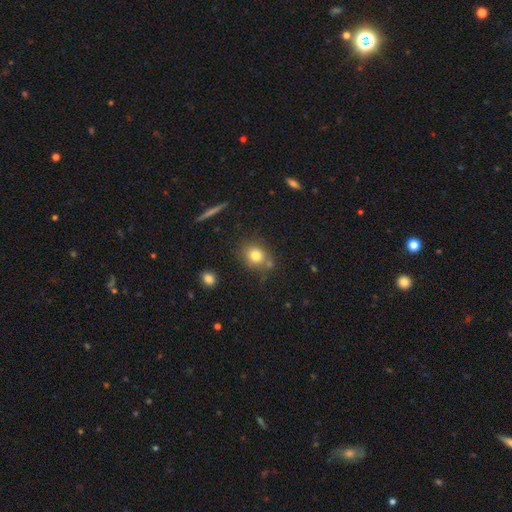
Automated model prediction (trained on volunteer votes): Q: Smooth or featured?
A: smooth (78%); runner-up: star or artifact (11%)
Q: How rounded?
A: round (62%); runner-up: in between (36%)
Q: Merging?
A: none (69%); runner-up: minor disturbance (15%)